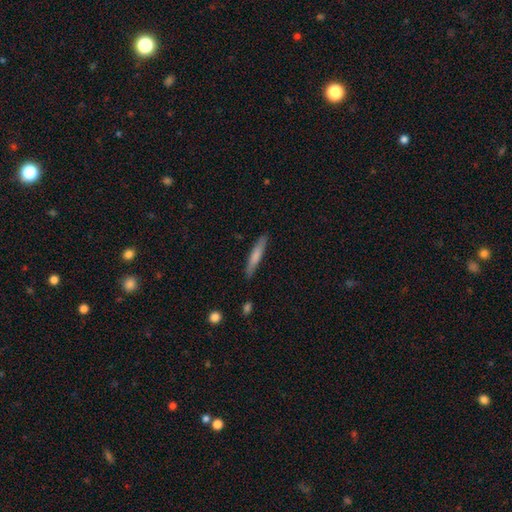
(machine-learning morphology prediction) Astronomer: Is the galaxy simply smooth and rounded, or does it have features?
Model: smooth — 69%.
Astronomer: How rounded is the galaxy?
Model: cigar-shaped — 93%.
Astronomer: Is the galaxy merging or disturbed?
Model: none — 87%.